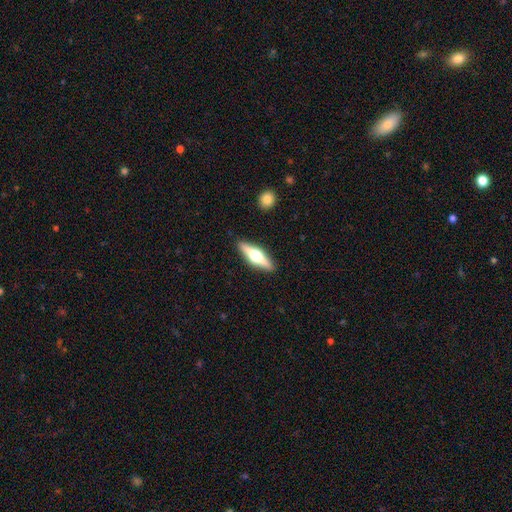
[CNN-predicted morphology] This appears to be a featured or disk galaxy (62%) viewed edge-on (96%) with a rounded central bulge (95%). Merging: none (90%).